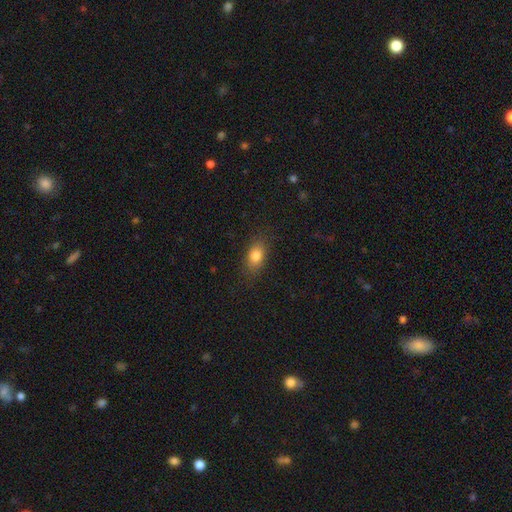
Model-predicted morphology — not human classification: Q: Smooth or featured?
A: smooth (81%); runner-up: star or artifact (10%)
Q: How rounded?
A: in between (80%); runner-up: round (14%)
Q: Merging?
A: none (83%); runner-up: minor disturbance (12%)